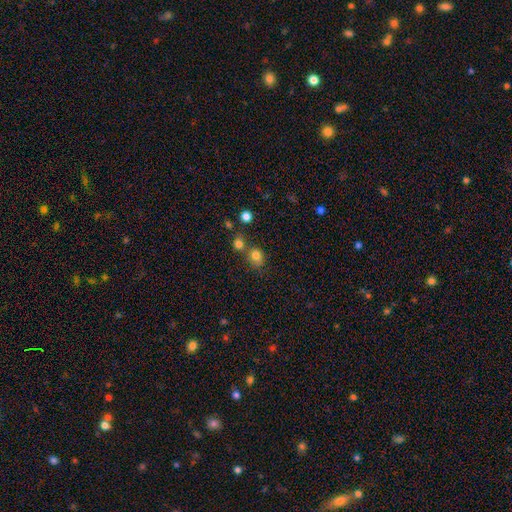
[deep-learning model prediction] This is likely a smooth galaxy (78%). How rounded: likely round (69%). Merging: possibly none (55%).